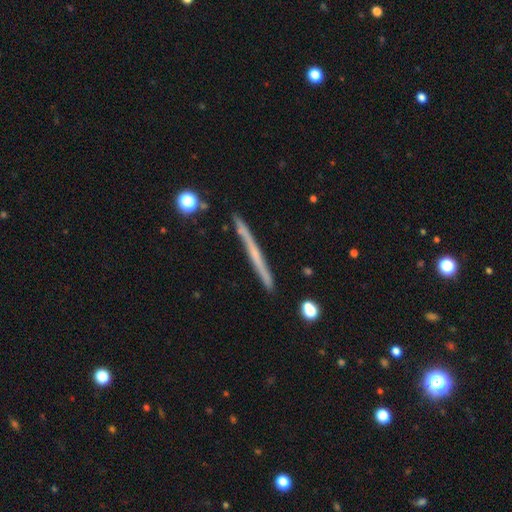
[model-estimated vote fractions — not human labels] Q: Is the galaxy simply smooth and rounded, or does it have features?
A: featured or disk — 52%.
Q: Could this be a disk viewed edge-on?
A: yes — 97%.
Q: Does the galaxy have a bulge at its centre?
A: none — 86%.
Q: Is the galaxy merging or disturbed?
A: none — 89%.